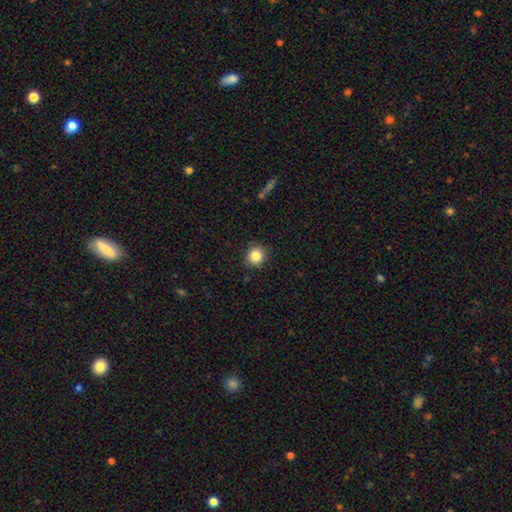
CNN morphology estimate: Smooth or featured? smooth (86%)
How rounded? round (91%)
Merging? none (90%)